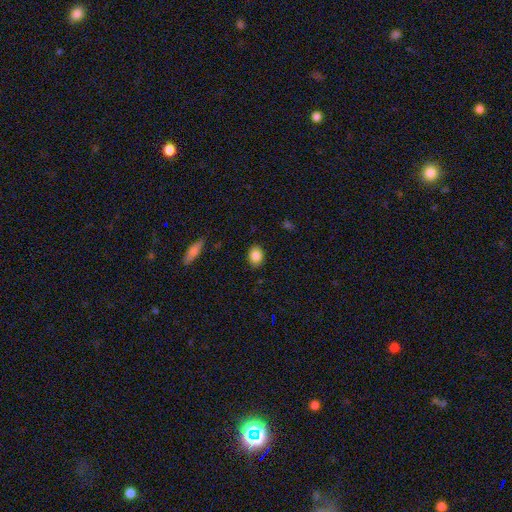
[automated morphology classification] Overall: smooth (85%). How rounded: in between (57%; round 42%). Merging: none (88%).